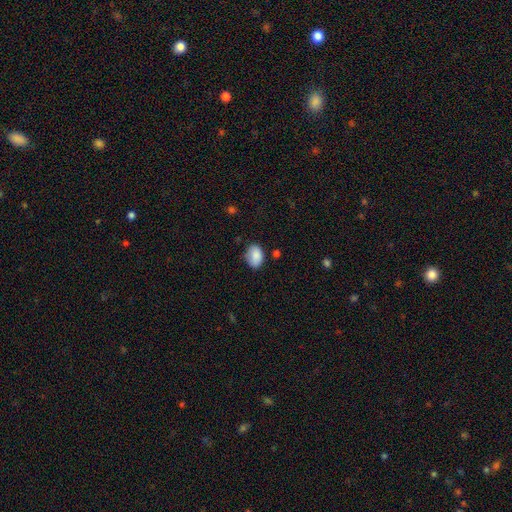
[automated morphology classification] The model was most divided on "merging": none: 70%, minor disturbance: 23%, major disturbance: 4%, merger: 3%. More confident: smooth or featured — smooth (87%); how rounded — in between (75%).